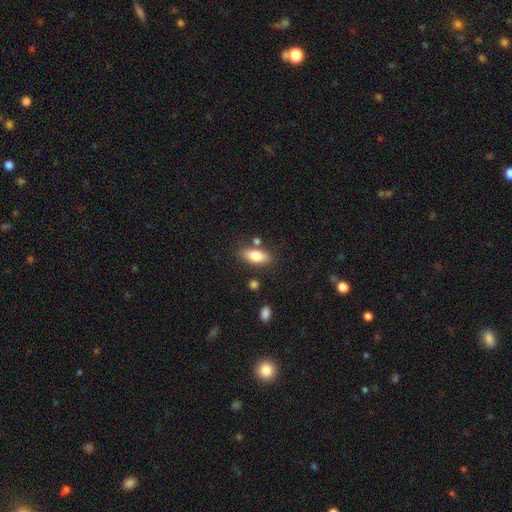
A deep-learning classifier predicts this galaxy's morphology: A smooth galaxy with no disk features (77%) that is in between round and cigar-shaped (81%). Merging: none (76%).